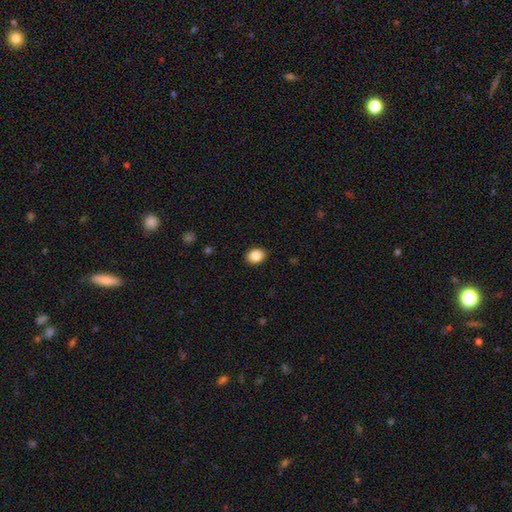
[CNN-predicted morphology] smooth_or_featured: smooth (p=0.86) [alt: star or artifact p=0.09]
how_rounded: in between (p=0.55) [alt: round p=0.45]
merging: none (p=0.90) [alt: minor disturbance p=0.08]